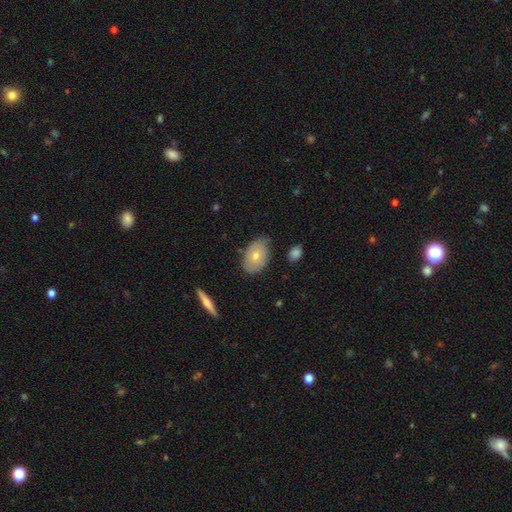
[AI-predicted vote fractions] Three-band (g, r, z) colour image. It shows a smooth galaxy with no disk features (53%) that is in between round and cigar-shaped (85%). Merging: none (70%).